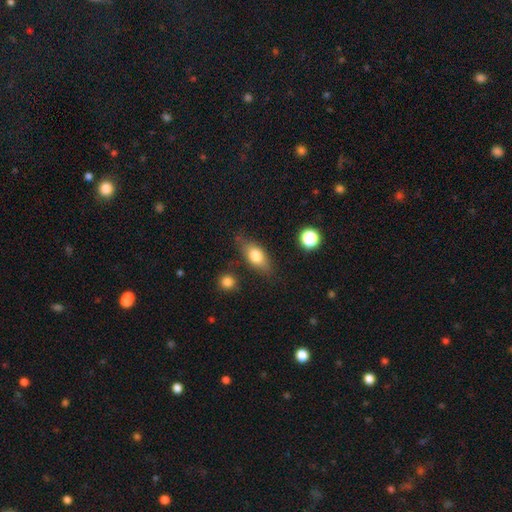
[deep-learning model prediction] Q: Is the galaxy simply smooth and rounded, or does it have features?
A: smooth — 73%.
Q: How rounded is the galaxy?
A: in between — 79%.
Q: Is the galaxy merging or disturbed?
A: none — 73%.